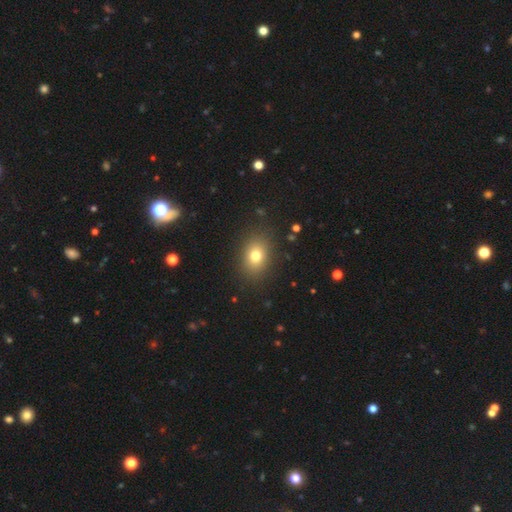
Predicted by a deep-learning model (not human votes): Smooth or featured? Predicted: smooth (p=0.76). How rounded? Predicted: in between (p=0.66). Merging? Predicted: none (p=0.86).